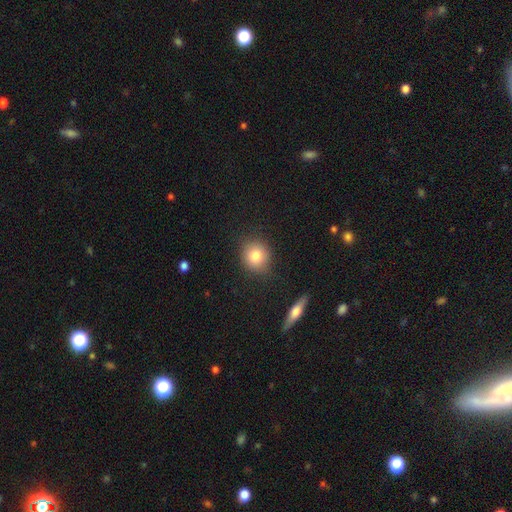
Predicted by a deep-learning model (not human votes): This is clearly a smooth galaxy (81%). How rounded: clearly round (83%). Merging: clearly none (84%).